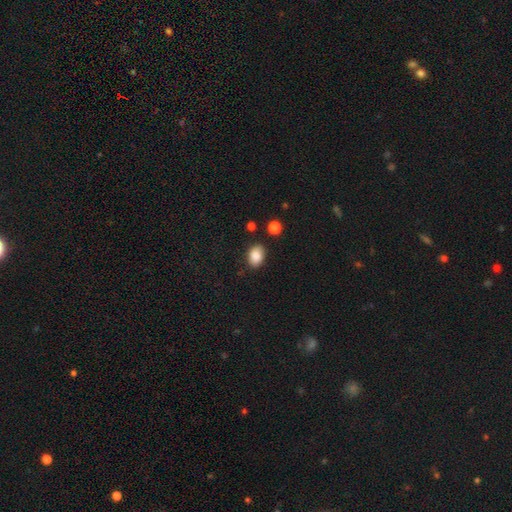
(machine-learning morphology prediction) Smooth or featured? smooth (87%)
How rounded? in between (79%)
Merging? none (82%)